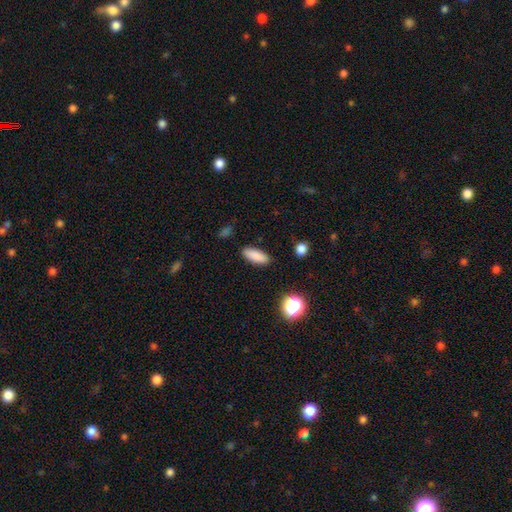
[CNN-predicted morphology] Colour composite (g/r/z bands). It shows a smooth galaxy with no disk features (86%) that is in between round and cigar-shaped (72%). Merging: none (88%).